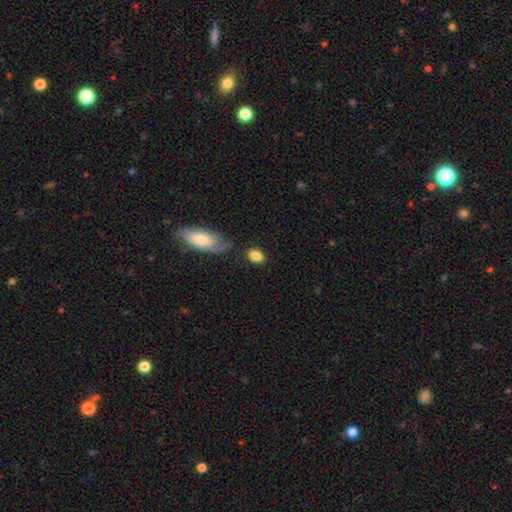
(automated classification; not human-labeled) Overall: smooth (86%). How rounded: in between (85%). Merging: none (77%).